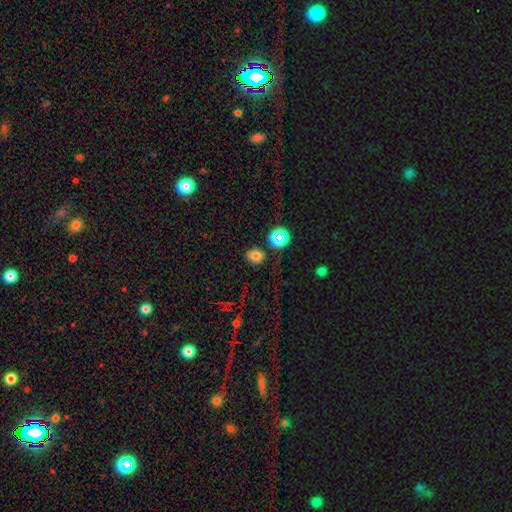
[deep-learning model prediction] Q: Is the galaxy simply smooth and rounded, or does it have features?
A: smooth — 74%.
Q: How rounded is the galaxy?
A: round — 55%.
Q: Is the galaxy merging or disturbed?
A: none — 84%.